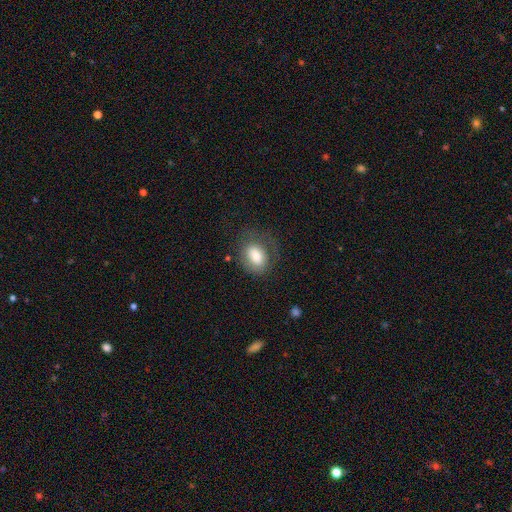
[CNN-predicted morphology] Smooth or featured? smooth (76%)
How rounded? in between (71%)
Merging? none (60%)